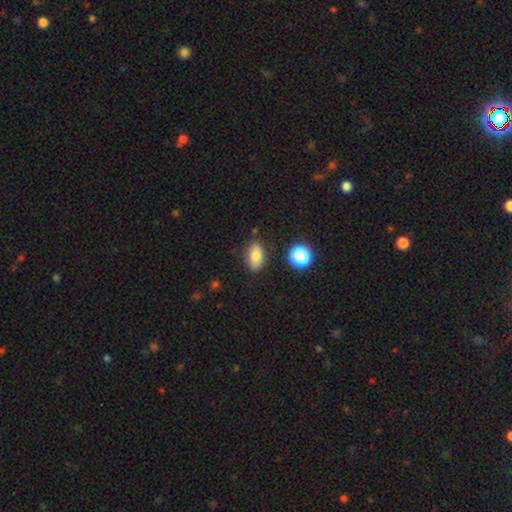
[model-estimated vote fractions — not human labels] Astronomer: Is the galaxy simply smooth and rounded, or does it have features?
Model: smooth — 77%.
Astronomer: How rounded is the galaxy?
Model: in between — 86%.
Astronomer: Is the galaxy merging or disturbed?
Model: none — 81%.